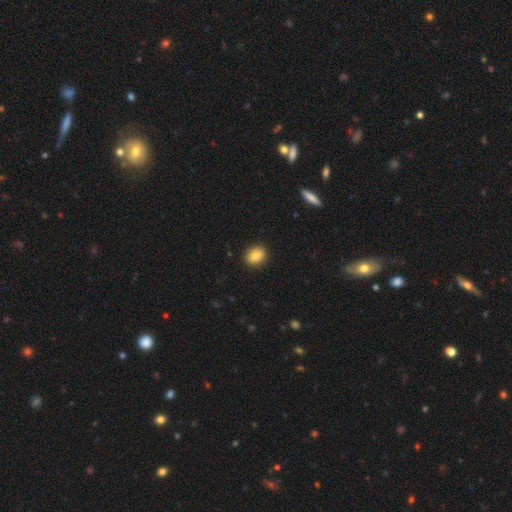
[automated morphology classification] smooth 82%, featured or disk 9%, star or artifact 9%. Down the decision tree: how rounded — in between (50%); merging — none (89%).